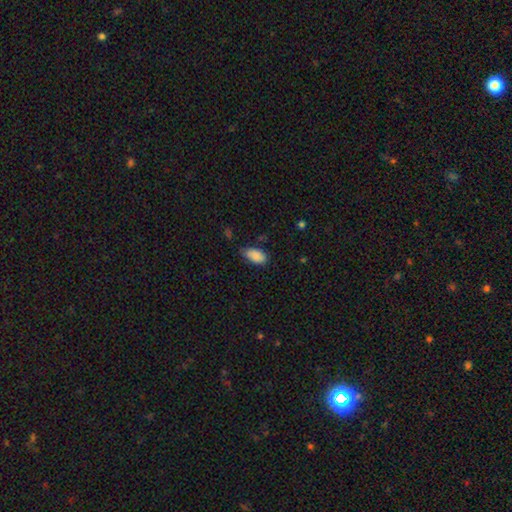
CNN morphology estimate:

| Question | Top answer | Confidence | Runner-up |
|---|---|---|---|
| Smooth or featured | smooth | 89% | star or artifact (7%) |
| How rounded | in between | 93% | cigar-shaped (4%) |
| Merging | none | 67% | minor disturbance (27%) |